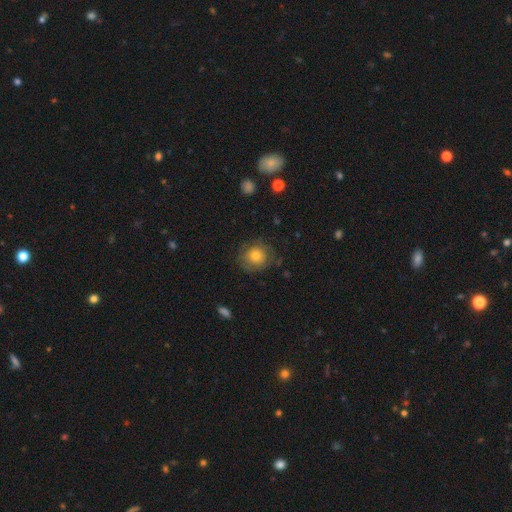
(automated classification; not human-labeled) Smooth or featured? Predicted: smooth (p=0.66). How rounded? Predicted: round (p=0.88). Merging? Predicted: none (p=0.73).